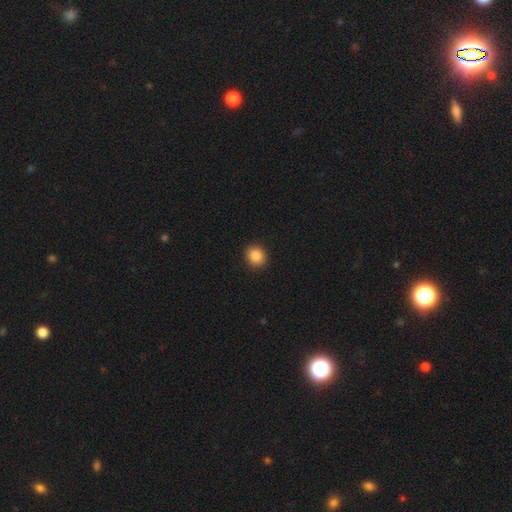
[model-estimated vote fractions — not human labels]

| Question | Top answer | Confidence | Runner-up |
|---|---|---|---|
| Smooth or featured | smooth | 87% | star or artifact (9%) |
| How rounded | round | 81% | in between (18%) |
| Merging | none | 92% | minor disturbance (5%) |